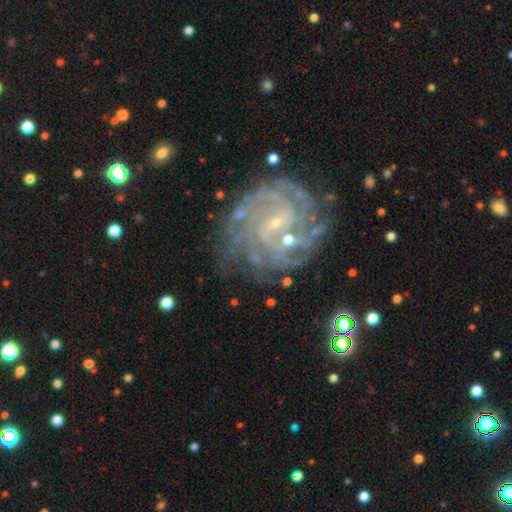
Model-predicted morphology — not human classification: A featured or disk galaxy (81%) with a weak bar (50%), tight (71%) spiral arms (96%) and a small central bulge (76%).

Vote fractions:
- Smooth or featured? featured or disk: 81% / star or artifact: 12% / smooth: 7%
- Edge-on disk? no: 97% / yes: 3%
- Bar? weak: 50% / no: 28% / strong: 22%
- Spiral arms? yes: 96% / no: 4%
- Spiral winding? tight: 71% / medium: 23% / loose: 5%
- Spiral arm count? can't tell: 29% / 4: 17% / 2: 16% / 3: 15% / more than 4: 13% / 1: 9%
- Bulge size? small: 76% / moderate: 15% / none: 6% / large: 1% / dominant: 1%
- Merging? none: 76% / minor disturbance: 14% / major disturbance: 7% / merger: 2%